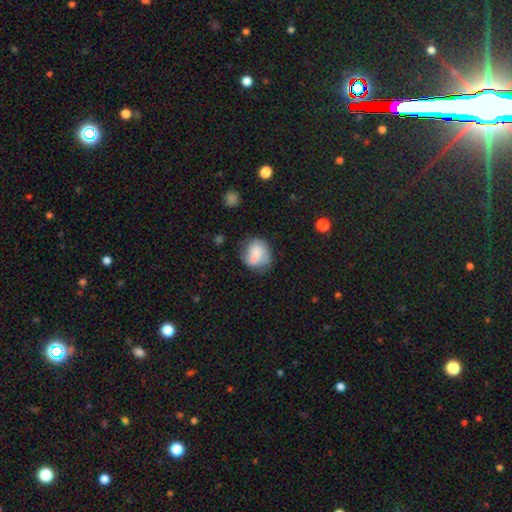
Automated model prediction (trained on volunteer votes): This is likely a smooth galaxy (70%). How rounded: likely round (67%). Merging: marginally none (44%).